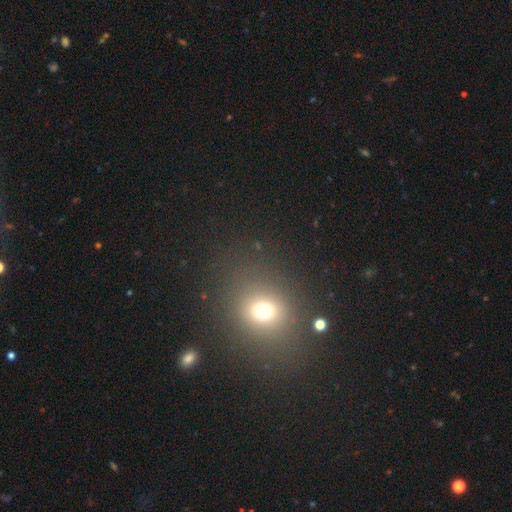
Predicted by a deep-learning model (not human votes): Morphology: type=smooth (59%); roundness=round (61%); merging=none (86%).